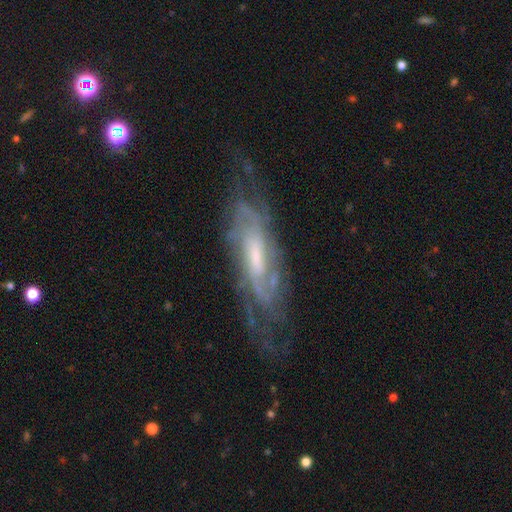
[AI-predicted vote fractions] This appears to be a featured or disk galaxy (83%) with a weak bar (44%), tight (54%) spiral arms (92%) and a small central bulge (44%). Merging: none (69%).